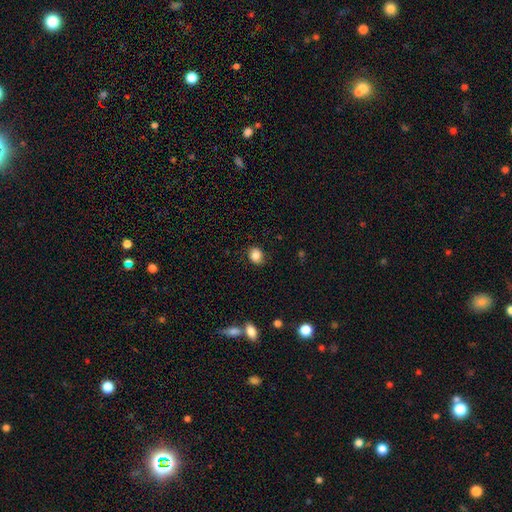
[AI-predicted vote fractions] This is clearly a smooth galaxy (84%). How rounded: possibly round (56%). Merging: clearly none (80%).